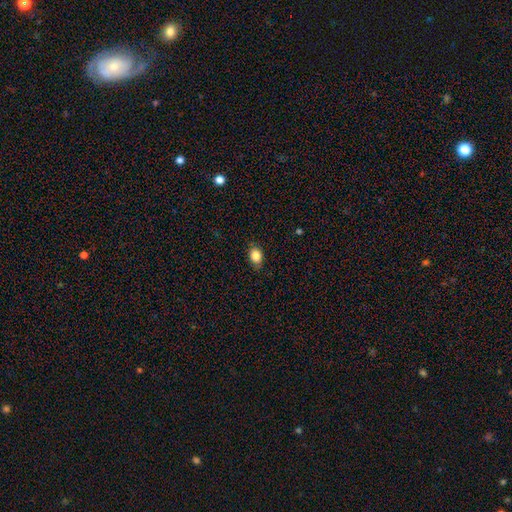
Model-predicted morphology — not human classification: Q: Smooth or featured?
A: smooth (85%); runner-up: star or artifact (9%)
Q: How rounded?
A: in between (73%); runner-up: round (26%)
Q: Merging?
A: none (83%); runner-up: minor disturbance (13%)